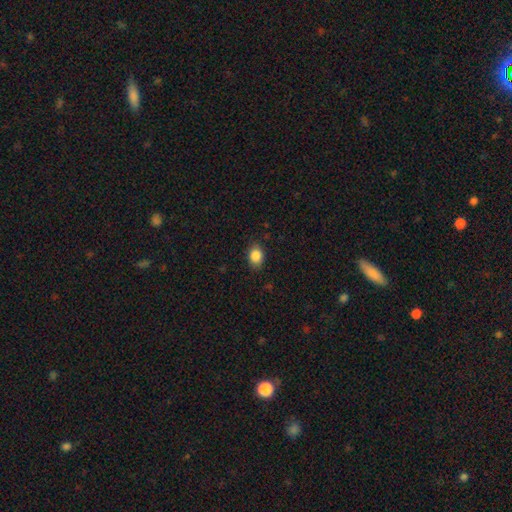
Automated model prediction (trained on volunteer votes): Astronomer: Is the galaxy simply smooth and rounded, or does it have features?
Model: smooth — 87%.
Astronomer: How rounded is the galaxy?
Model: in between — 65%.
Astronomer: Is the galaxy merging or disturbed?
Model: none — 85%.